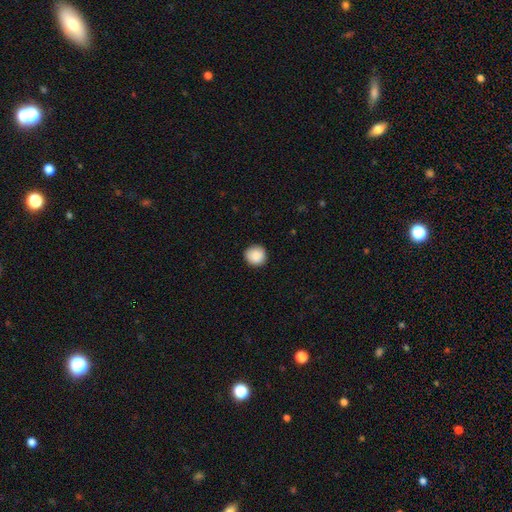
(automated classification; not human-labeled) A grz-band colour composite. It shows a smooth galaxy with no disk features (89%) that is round (93%). Merging: none (90%).